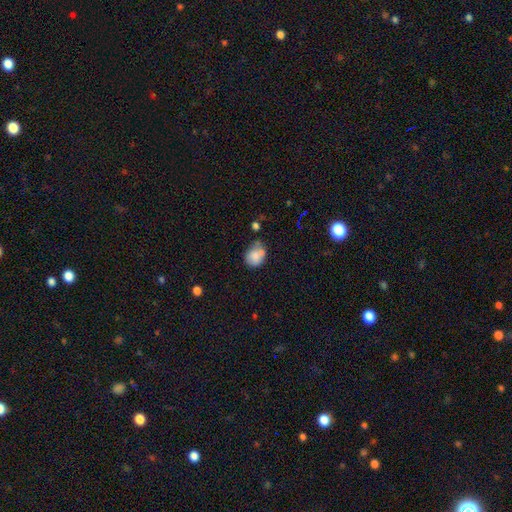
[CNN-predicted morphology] Q: Smooth or featured?
A: smooth (74%); runner-up: featured or disk (17%)
Q: How rounded?
A: round (56%); runner-up: in between (43%)
Q: Merging?
A: none (43%); runner-up: merger (25%)